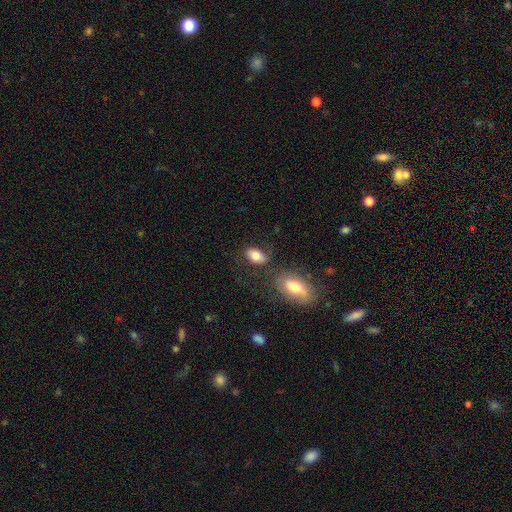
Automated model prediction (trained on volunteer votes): A smooth galaxy with no disk features (80%) that is in between round and cigar-shaped (88%).

Vote fractions:
- Smooth or featured? smooth: 80% / featured or disk: 12% / star or artifact: 8%
- How rounded? in between: 88% / round: 10% / cigar-shaped: 2%
- Merging? none: 63% / minor disturbance: 18% / merger: 12% / major disturbance: 7%